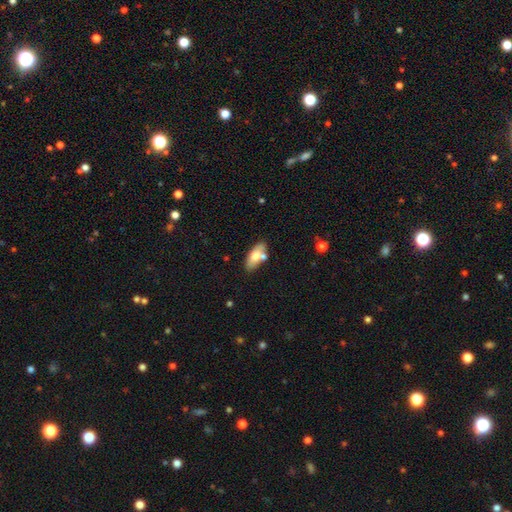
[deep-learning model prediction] Morphology: type=smooth (72%); roundness=in between (82%); merging=none (65%).